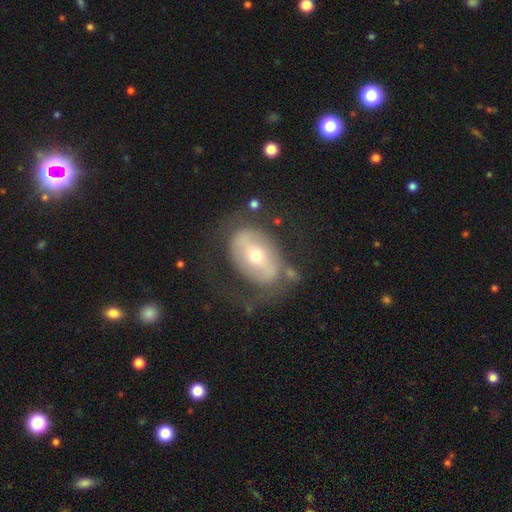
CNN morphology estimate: This is possibly a featured or disk galaxy (58%). It is clearly not viewed edge-on (93%). Bar: marginally no (38%). Spiral arm pattern: likely no (62%). Central bulge: possibly moderate (55%). Merging: possibly none (59%).